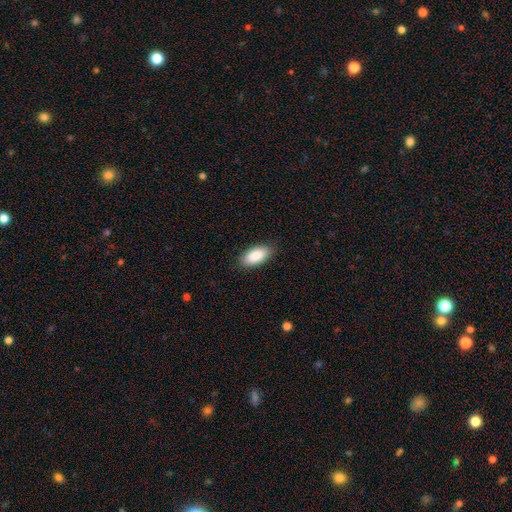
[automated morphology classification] type=smooth (89%); roundness=in between (92%); merging=none (87%).